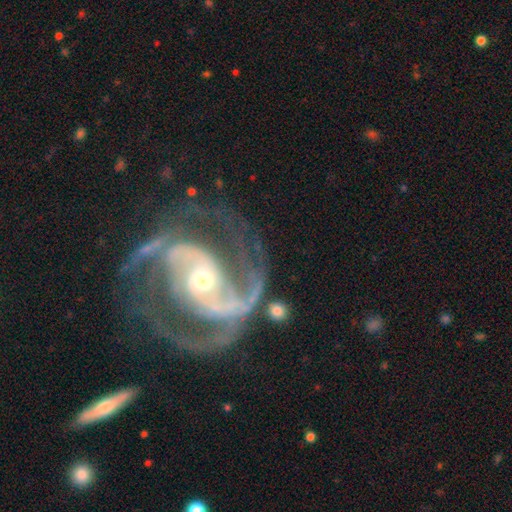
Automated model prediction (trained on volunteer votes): Q: Smooth or featured?
A: featured or disk (91%); runner-up: star or artifact (5%)
Q: Edge-on disk?
A: no (98%); runner-up: yes (2%)
Q: Bar?
A: no (43%); runner-up: weak (32%)
Q: Spiral arms?
A: yes (97%); runner-up: no (3%)
Q: Spiral winding?
A: medium (54%); runner-up: tight (31%)
Q: Spiral arm count?
A: 2 (75%); runner-up: 3 (10%)
Q: Bulge size?
A: small (55%); runner-up: moderate (40%)
Q: Merging?
A: none (58%); runner-up: major disturbance (19%)